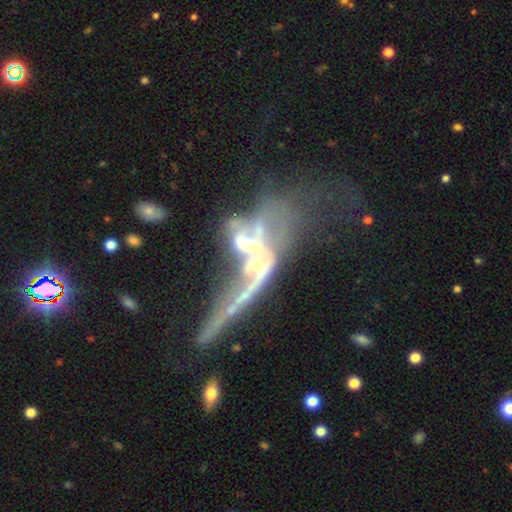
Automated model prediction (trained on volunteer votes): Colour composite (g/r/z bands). It shows a featured or disk galaxy (72%) with no bar (69%), no spiral arms (66%) and a small central bulge (35%). Merging: merger (60%).